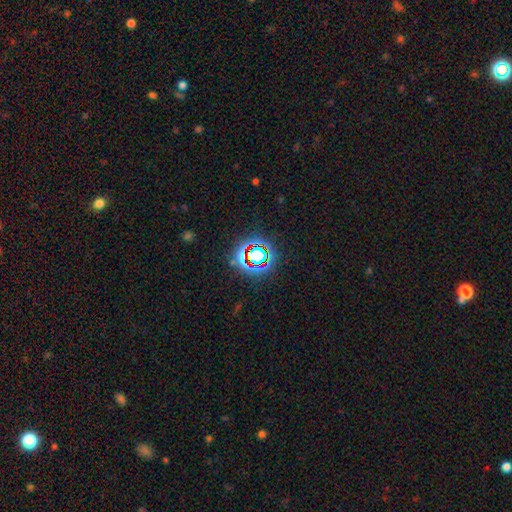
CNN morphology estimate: Q: Smooth or featured?
A: star or artifact (70%); runner-up: smooth (18%)